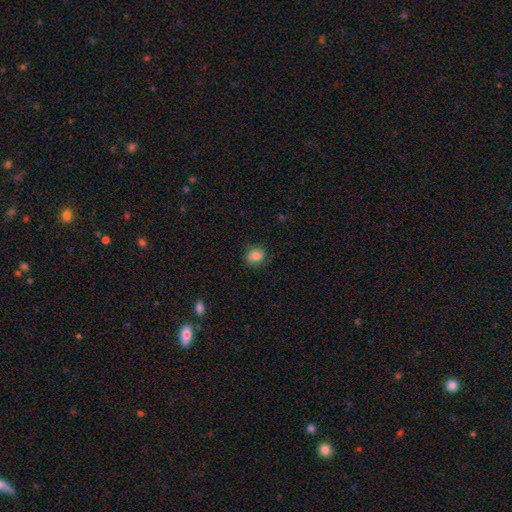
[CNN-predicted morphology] smooth_or_featured: smooth (p=0.81) [alt: star or artifact p=0.09]
how_rounded: round (p=0.68) [alt: in between p=0.31]
merging: none (p=0.80) [alt: minor disturbance p=0.15]